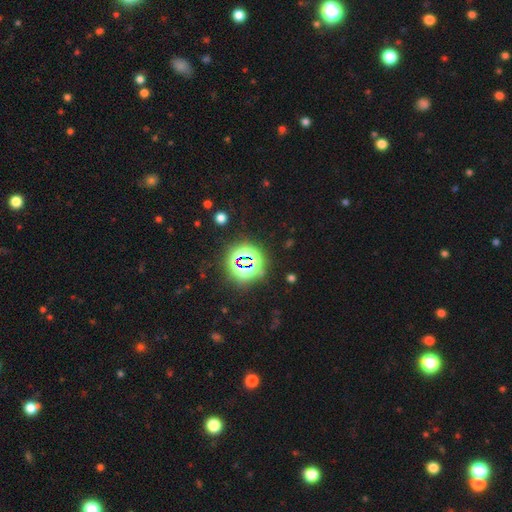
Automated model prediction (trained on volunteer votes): A star or artifact, not a galaxy (76%).